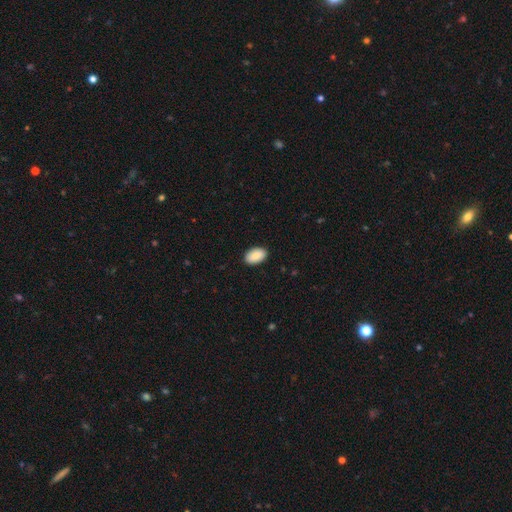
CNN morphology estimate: type=smooth (87%); roundness=in between (92%); merging=none (89%).